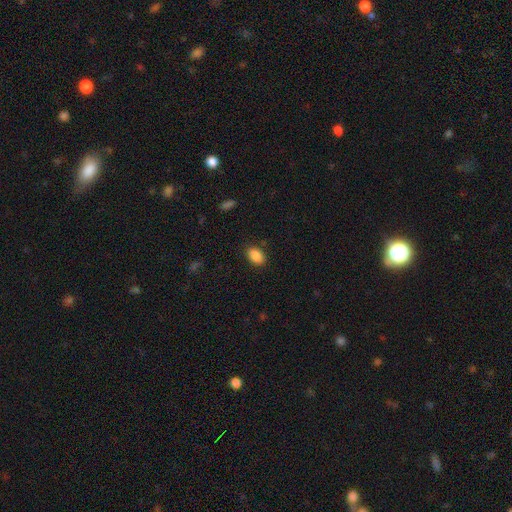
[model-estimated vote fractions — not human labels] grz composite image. It shows a smooth galaxy with no disk features (88%) that is in between round and cigar-shaped (87%). Merging: none (87%).